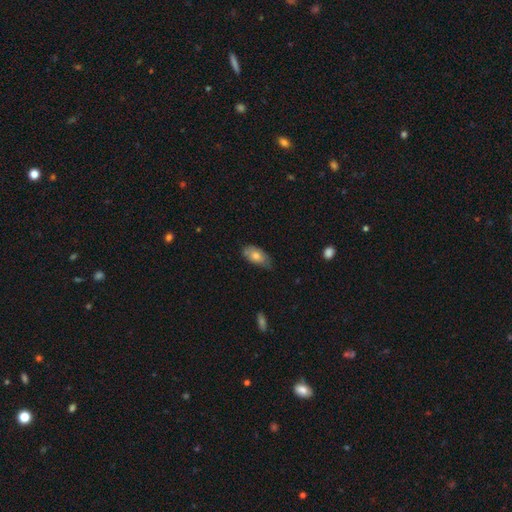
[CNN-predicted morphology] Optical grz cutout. It shows a smooth galaxy with no disk features (74%) that is in between round and cigar-shaped (91%). Merging: none (61%).